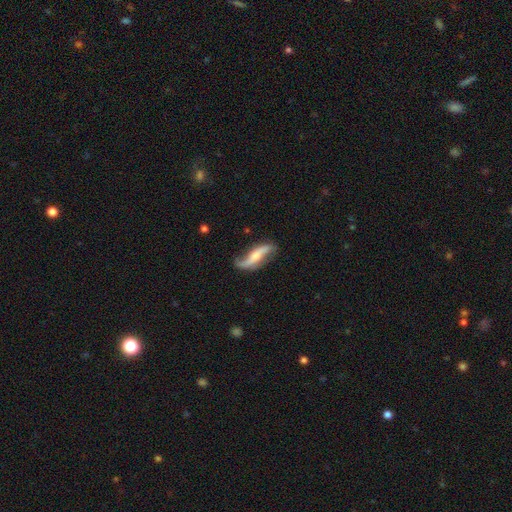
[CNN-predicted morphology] This is likely a featured or disk galaxy (78%). It is clearly not viewed edge-on (82%). Bar: marginally no (41%). Spiral arm pattern: clearly yes (93%). Spiral arm count: clearly 2 (87%). Spiral winding: clearly loose (85%). Central bulge: marginally small (42%). Merging: likely none (66%).